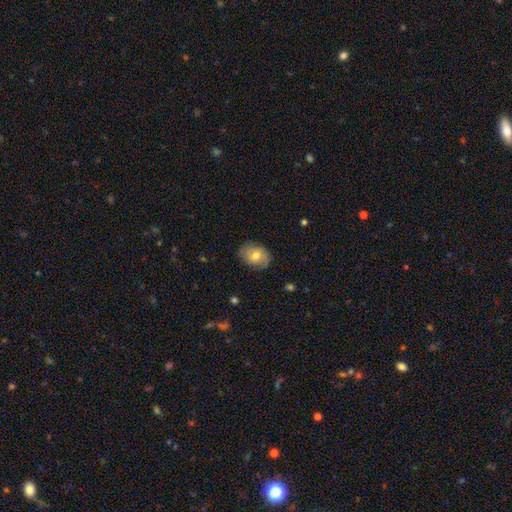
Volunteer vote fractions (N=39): A smooth galaxy with no disk features (54%) that is in between round and cigar-shaped (57%).

Vote fractions:
- Smooth or featured? smooth: 54% / featured or disk: 38% / star or artifact: 8%
- How rounded? in between: 57% / round: 43% / cigar-shaped: 0%
- Merging? none: 69% / minor disturbance: 31% / major disturbance: 0% / merger: 0%